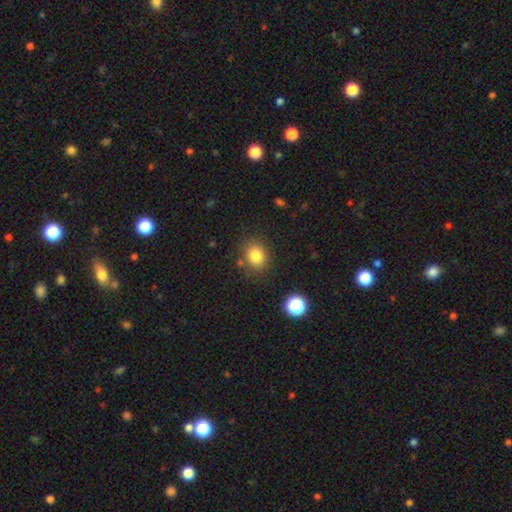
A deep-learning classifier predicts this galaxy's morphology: Smooth or featured? smooth (82%)
How rounded? round (58%)
Merging? none (81%)